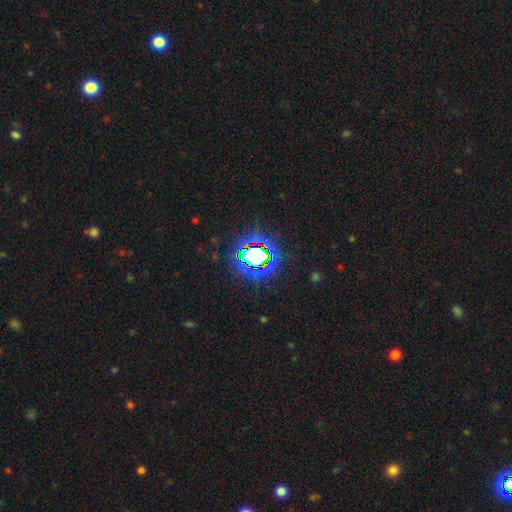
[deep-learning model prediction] Smooth or featured? star or artifact (75%)